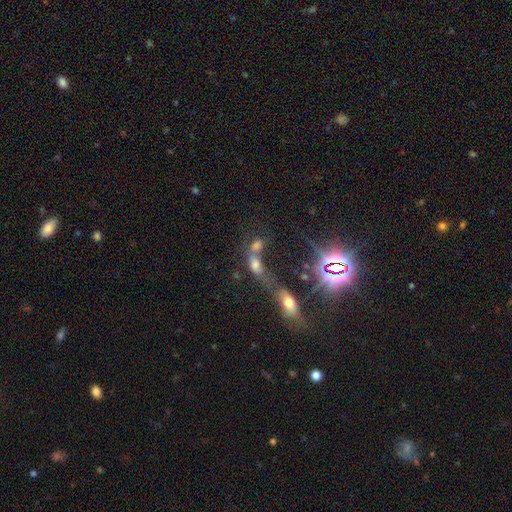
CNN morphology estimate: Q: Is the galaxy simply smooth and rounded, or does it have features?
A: star or artifact — 44%.